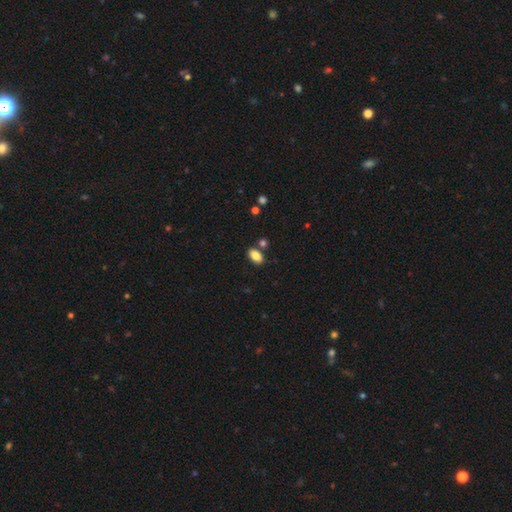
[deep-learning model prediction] Overall: smooth (85%). How rounded: in between (92%). Merging: none (78%).